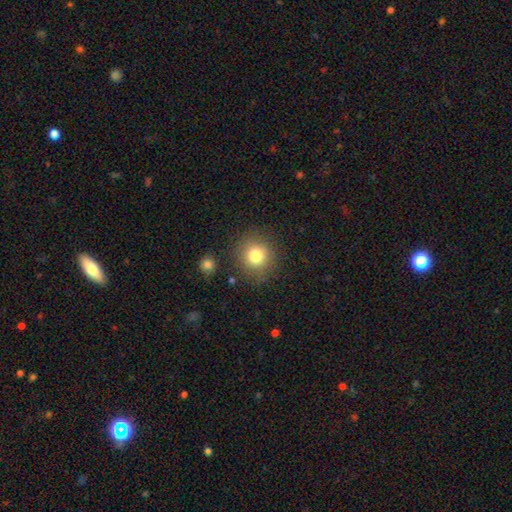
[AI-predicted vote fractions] Q: Smooth or featured?
A: smooth (79%); runner-up: star or artifact (12%)
Q: How rounded?
A: round (90%); runner-up: in between (9%)
Q: Merging?
A: none (84%); runner-up: minor disturbance (9%)